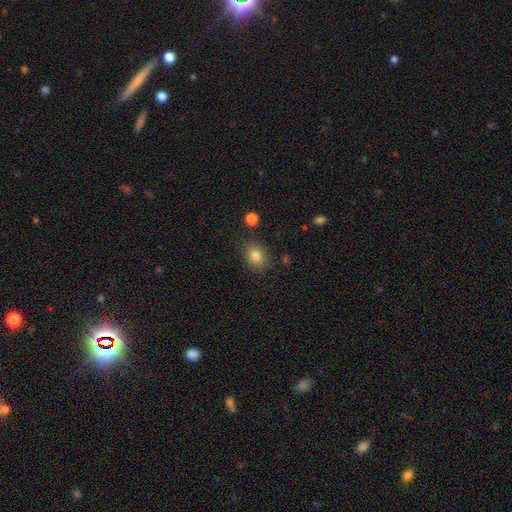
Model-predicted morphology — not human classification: Overall: smooth (82%). How rounded: round (61%; in between 38%). Merging: none (81%).